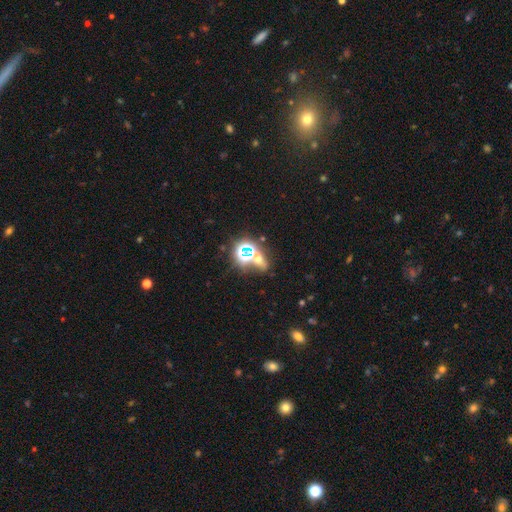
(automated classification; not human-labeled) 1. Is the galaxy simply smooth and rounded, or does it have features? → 56% star or artifact, 31% smooth, 13% featured or disk.